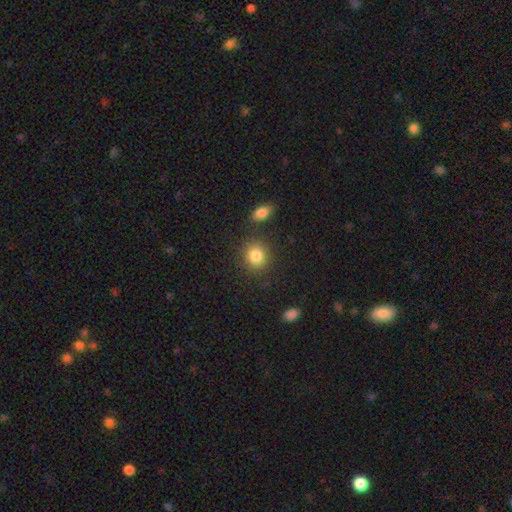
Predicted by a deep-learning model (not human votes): A smooth galaxy with no disk features (84%) that is round (76%).

Vote fractions:
- Smooth or featured? smooth: 84% / star or artifact: 9% / featured or disk: 6%
- How rounded? round: 76% / in between: 22% / cigar-shaped: 1%
- Merging? none: 81% / minor disturbance: 10% / merger: 6% / major disturbance: 3%